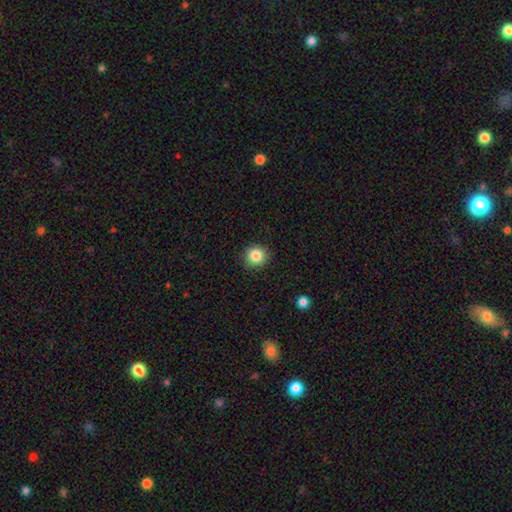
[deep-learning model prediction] Smooth or featured? Predicted: smooth (p=0.85). How rounded? Predicted: round (p=0.92). Merging? Predicted: none (p=0.91).